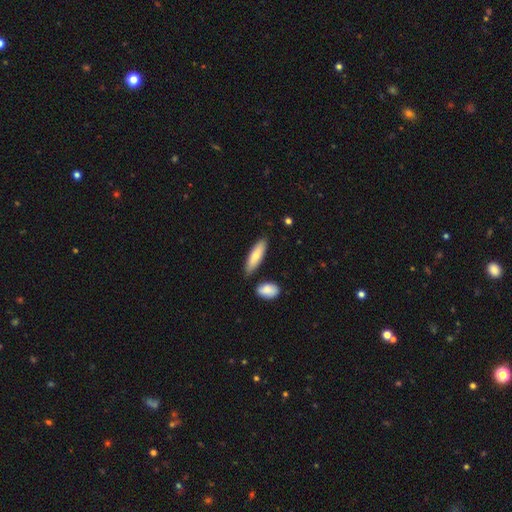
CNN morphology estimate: A smooth galaxy with no disk features (75%) that is cigar-shaped (58%). Merging: none (79%).